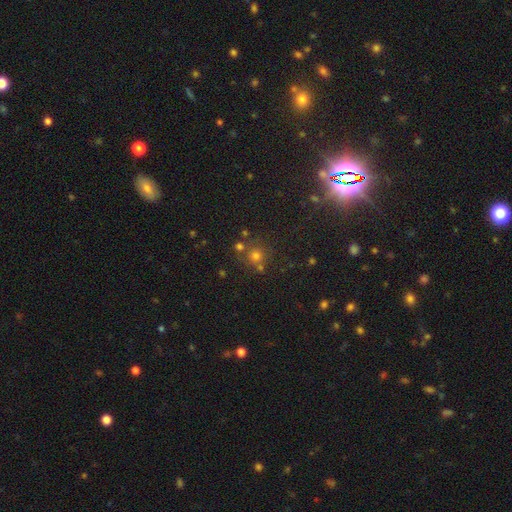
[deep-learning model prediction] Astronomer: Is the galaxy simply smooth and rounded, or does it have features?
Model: smooth — 63%.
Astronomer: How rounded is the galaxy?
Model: round — 92%.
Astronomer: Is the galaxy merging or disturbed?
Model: none — 70%.